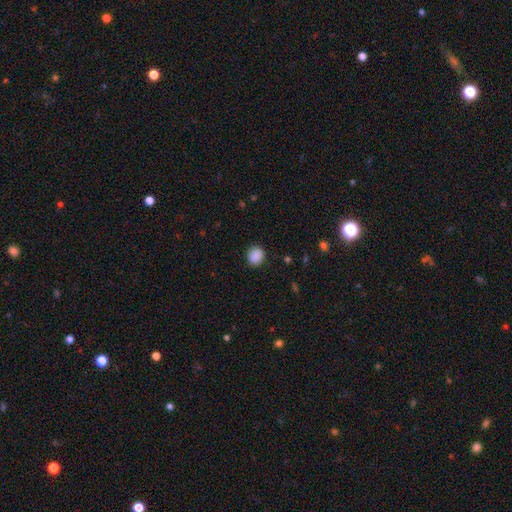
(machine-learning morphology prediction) This appears to be a smooth galaxy with no disk features (89%) that is round (76%). Merging: none (89%).